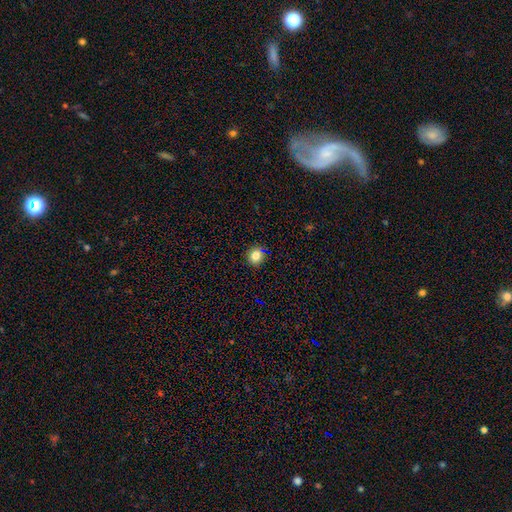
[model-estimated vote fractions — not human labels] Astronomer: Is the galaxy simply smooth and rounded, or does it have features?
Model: smooth — 81%.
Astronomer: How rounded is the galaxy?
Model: round — 89%.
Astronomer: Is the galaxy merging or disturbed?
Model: none — 88%.